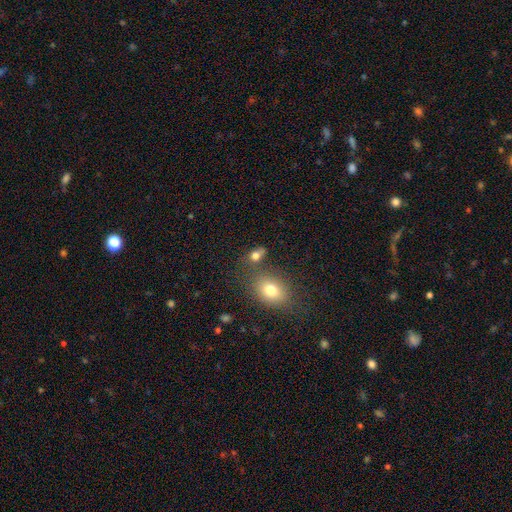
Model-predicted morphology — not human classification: A smooth galaxy with no disk features (77%) that is in between round and cigar-shaped (67%). Merging: none (57%).